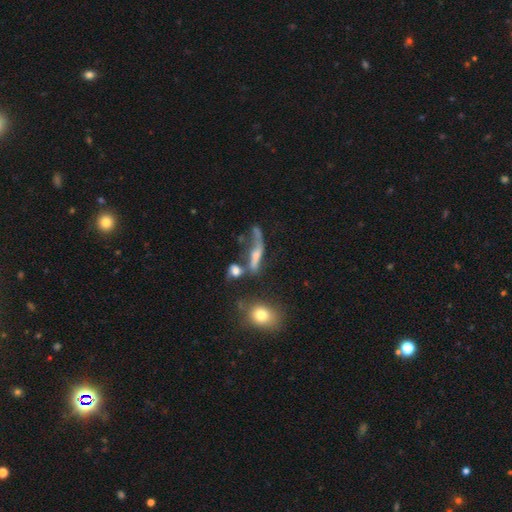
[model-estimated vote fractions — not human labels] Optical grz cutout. It shows a featured or disk galaxy (63%). Merging: none (36%).